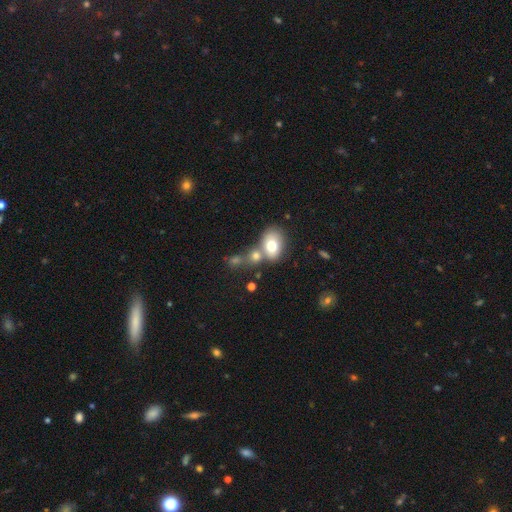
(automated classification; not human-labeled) smooth_or_featured: smooth (p=0.72) [alt: featured or disk p=0.17]
how_rounded: in between (p=0.60) [alt: round p=0.38]
merging: merger (p=0.48) [alt: none p=0.36]